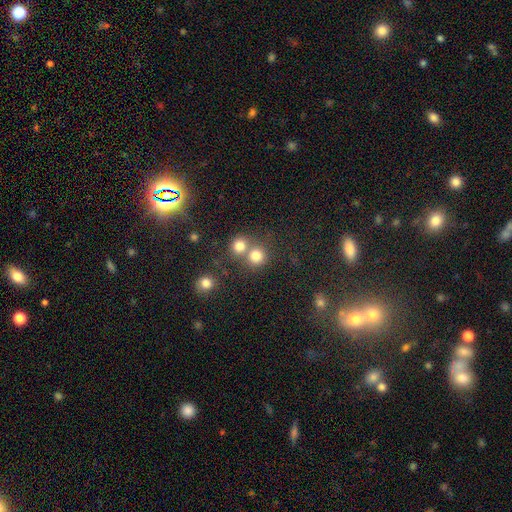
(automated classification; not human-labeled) A smooth galaxy with no disk features (79%) that is round (89%).

Vote fractions:
- Smooth or featured? smooth: 79% / star or artifact: 14% / featured or disk: 7%
- How rounded? round: 89% / in between: 10% / cigar-shaped: 1%
- Merging? none: 52% / merger: 40% / minor disturbance: 6% / major disturbance: 3%